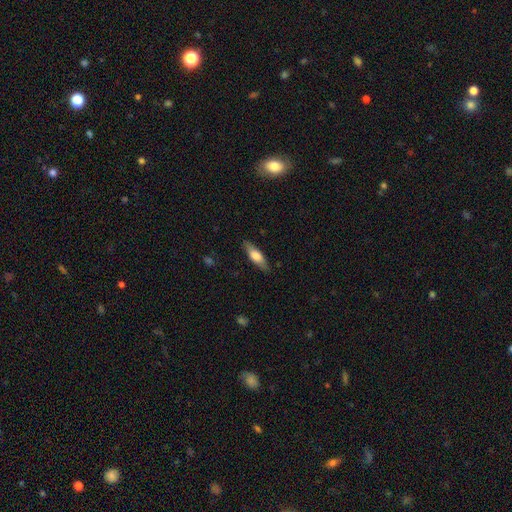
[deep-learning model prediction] smooth_or_featured: smooth (p=0.57) [alt: featured or disk p=0.37]
how_rounded: cigar-shaped (p=0.49) [alt: in between p=0.48]
merging: none (p=0.85) [alt: minor disturbance p=0.11]